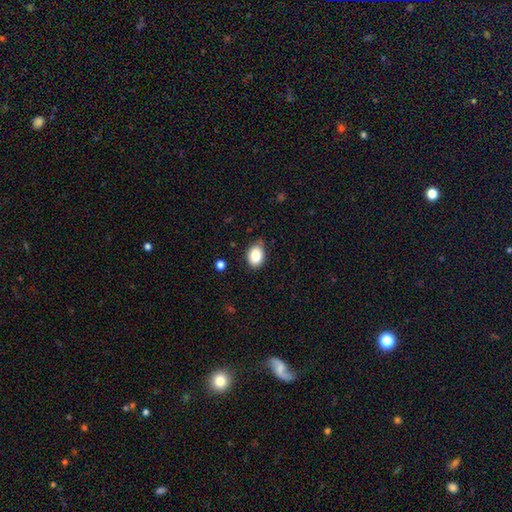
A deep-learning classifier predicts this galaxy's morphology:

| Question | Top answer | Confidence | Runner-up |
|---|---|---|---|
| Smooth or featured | smooth | 86% | star or artifact (8%) |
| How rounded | in between | 78% | round (21%) |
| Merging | none | 78% | minor disturbance (17%) |